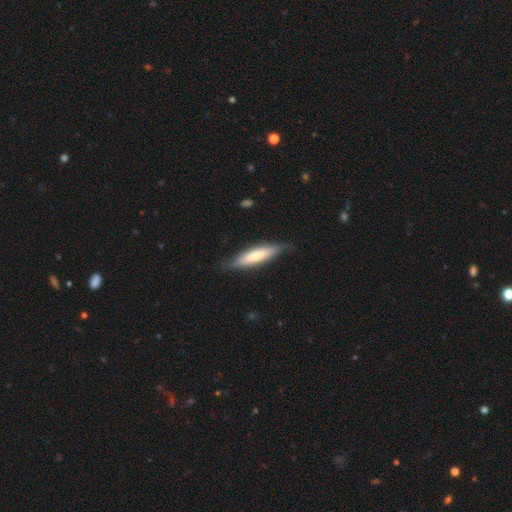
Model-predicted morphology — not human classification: The model was most divided on "smooth or featured": smooth: 62%, featured or disk: 32%, star or artifact: 5%. More confident: merging — none (79%); how rounded — cigar-shaped (76%).